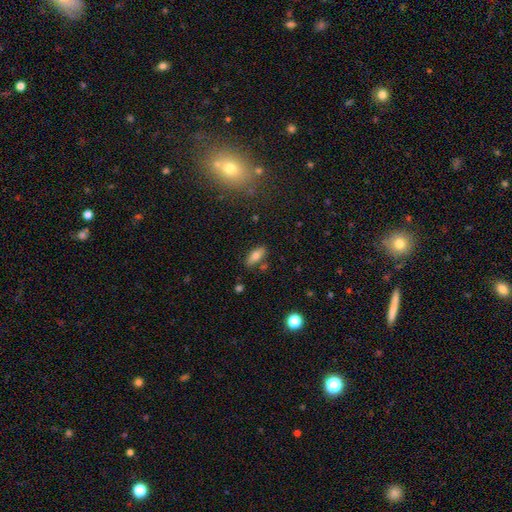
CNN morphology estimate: Q: Smooth or featured?
A: smooth (70%); runner-up: featured or disk (21%)
Q: How rounded?
A: in between (78%); runner-up: cigar-shaped (18%)
Q: Merging?
A: none (76%); runner-up: minor disturbance (13%)